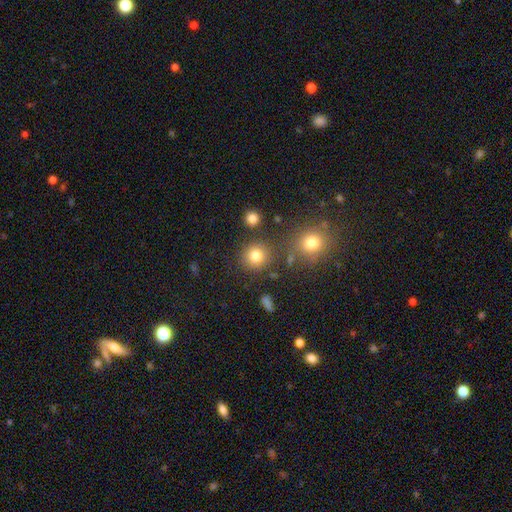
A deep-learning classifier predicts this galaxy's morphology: type=smooth (80%); roundness=round (91%); merging=none (83%).